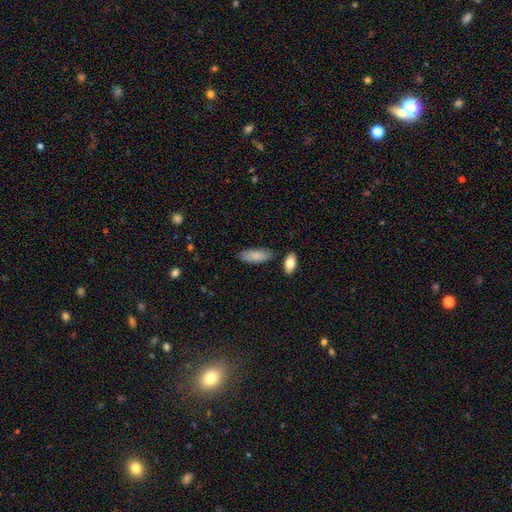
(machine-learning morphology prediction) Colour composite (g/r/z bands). It shows a smooth galaxy with no disk features (85%) that is in between round and cigar-shaped (78%). Merging: none (80%).